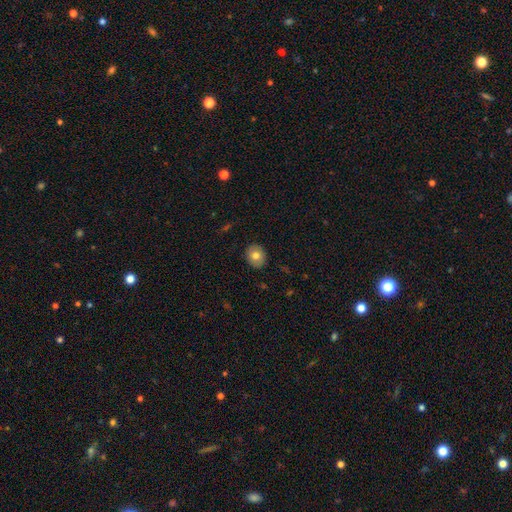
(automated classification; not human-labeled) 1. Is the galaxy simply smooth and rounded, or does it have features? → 73% smooth, 19% featured or disk, 8% star or artifact.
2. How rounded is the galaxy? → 71% round, 28% in between, 1% cigar-shaped.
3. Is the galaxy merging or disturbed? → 89% none, 8% minor disturbance, 2% major disturbance, 1% merger.